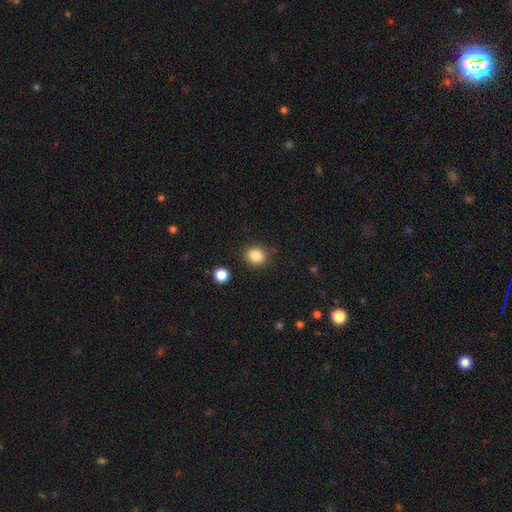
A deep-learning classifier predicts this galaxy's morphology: smooth 86%, star or artifact 10%, featured or disk 4%. Down the decision tree: how rounded — round (68%); merging — none (84%).